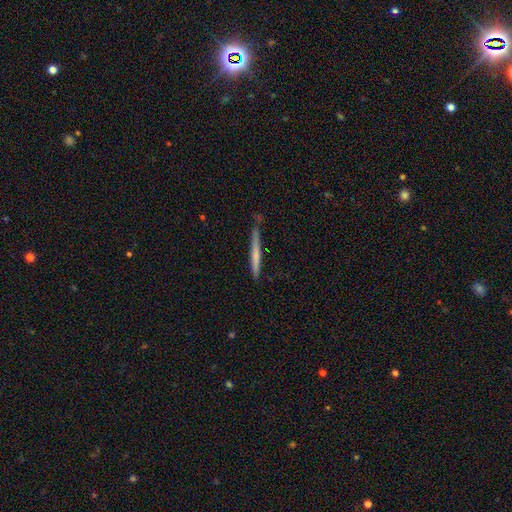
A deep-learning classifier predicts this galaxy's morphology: smooth_or_featured: smooth (p=0.59) [alt: featured or disk p=0.35]
how_rounded: cigar-shaped (p=0.97) [alt: in between p=0.02]
merging: none (p=0.73) [alt: minor disturbance p=0.19]